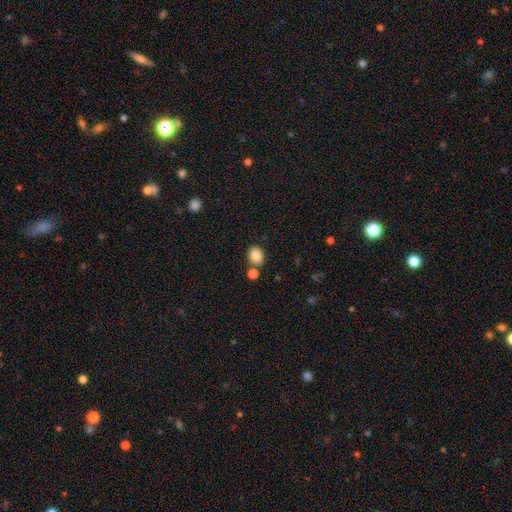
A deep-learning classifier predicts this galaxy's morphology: smooth-or-featured: smooth: 84% | star or artifact: 10% | featured or disk: 7%
  how-rounded: round: 54% | in between: 45% | cigar-shaped: 1%
  merging: none: 71% | merger: 15% | minor disturbance: 11% | major disturbance: 3%